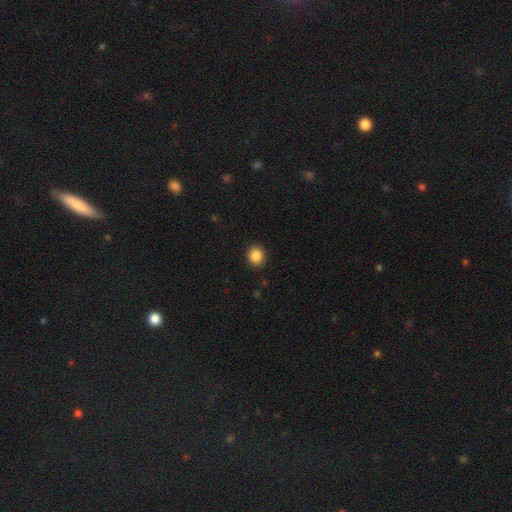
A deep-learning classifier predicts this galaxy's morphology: Smooth or featured? smooth (88%)
How rounded? round (64%)
Merging? none (90%)